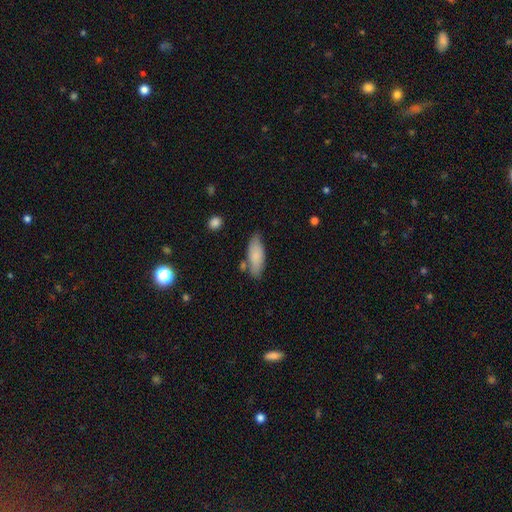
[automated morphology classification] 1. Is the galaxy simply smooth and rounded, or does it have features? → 81% smooth, 12% featured or disk, 6% star or artifact.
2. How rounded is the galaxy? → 70% in between, 28% cigar-shaped, 2% round.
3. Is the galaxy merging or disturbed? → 72% none, 18% minor disturbance, 6% merger, 4% major disturbance.